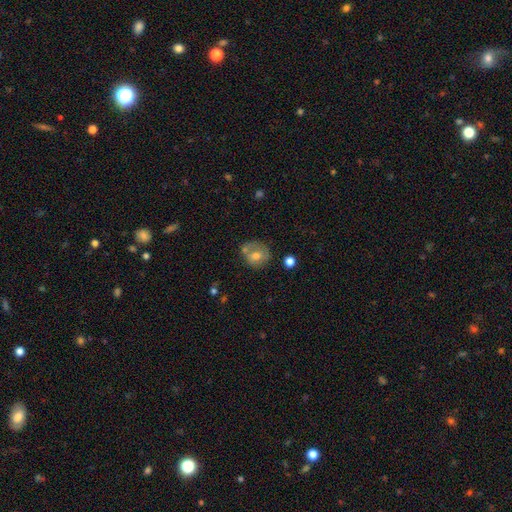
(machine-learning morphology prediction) Smooth or featured: smooth — 56% (featured or disk — 33%)
How rounded: round — 75% (in between — 24%)
Merging: none — 57% (minor disturbance — 19%)